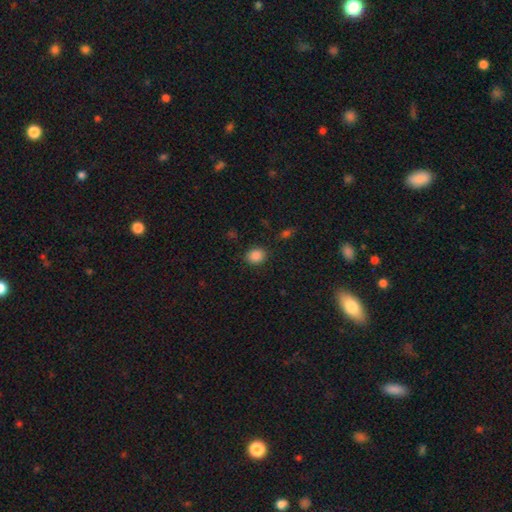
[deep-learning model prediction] smooth 87%, star or artifact 10%, featured or disk 4%. Down the decision tree: how rounded — round (66%); merging — none (86%).